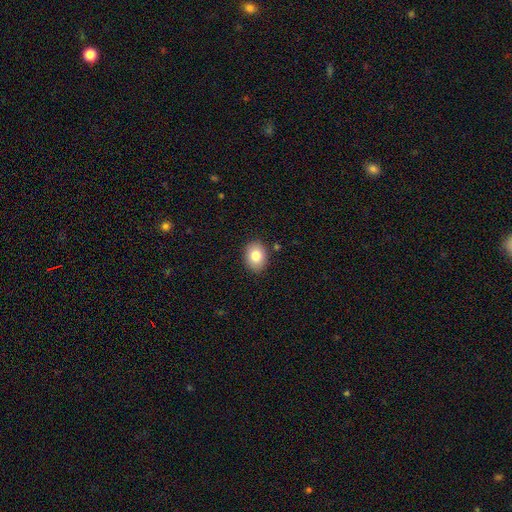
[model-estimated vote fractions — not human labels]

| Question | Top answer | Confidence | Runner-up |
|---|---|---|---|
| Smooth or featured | smooth | 81% | featured or disk (10%) |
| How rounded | in between | 54% | round (45%) |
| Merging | none | 87% | minor disturbance (9%) |